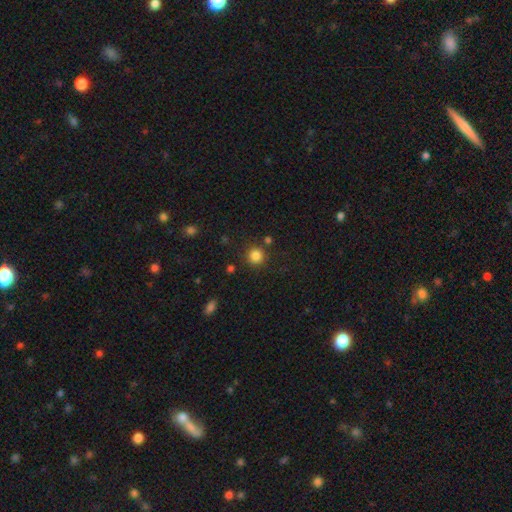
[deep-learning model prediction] Q: Smooth or featured?
A: smooth (84%); runner-up: star or artifact (12%)
Q: How rounded?
A: round (92%); runner-up: in between (7%)
Q: Merging?
A: none (83%); runner-up: minor disturbance (8%)